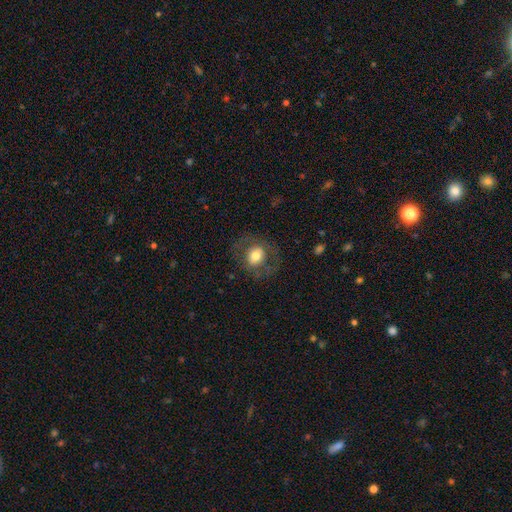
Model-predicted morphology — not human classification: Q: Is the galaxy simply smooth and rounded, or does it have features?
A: smooth — 64%.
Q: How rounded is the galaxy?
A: round — 68%.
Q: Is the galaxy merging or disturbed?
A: none — 74%.